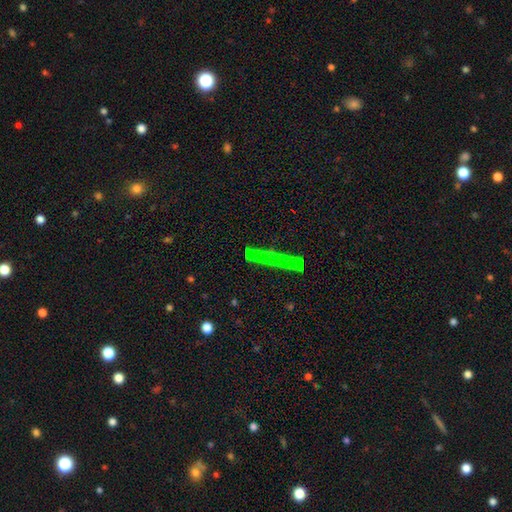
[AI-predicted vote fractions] Morphology: type=smooth (49%); merging=none (72%).